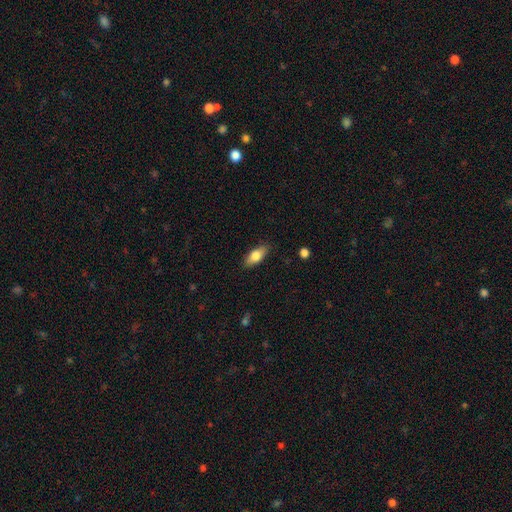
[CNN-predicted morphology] This appears to be a smooth galaxy with no disk features (76%) that is in between round and cigar-shaped (81%). Merging: none (86%).